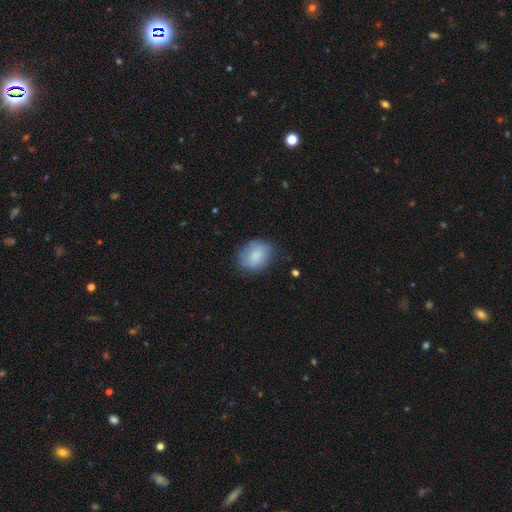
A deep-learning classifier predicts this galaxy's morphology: smooth 82%, featured or disk 11%, star or artifact 7%. Down the decision tree: how rounded — in between (55%); merging — none (72%).